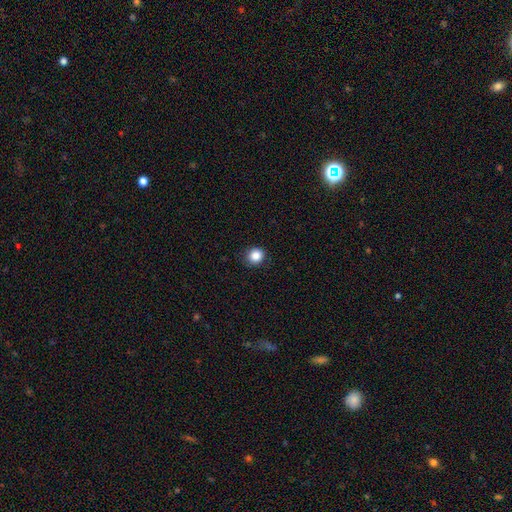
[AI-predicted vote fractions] This appears to be a smooth galaxy with no disk features (86%) that is round (87%). Merging: none (87%).